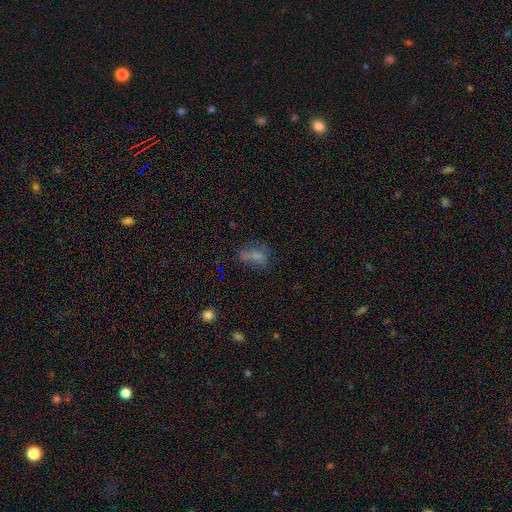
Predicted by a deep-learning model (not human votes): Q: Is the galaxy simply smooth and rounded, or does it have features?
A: smooth — 62%.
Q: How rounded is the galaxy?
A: in between — 78%.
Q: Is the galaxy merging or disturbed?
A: none — 39%.